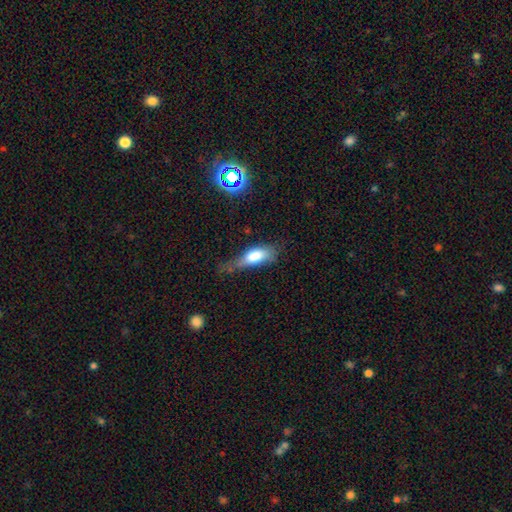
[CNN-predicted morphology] This is likely a smooth galaxy (74%). How rounded: likely in between (69%). Merging: marginally minor disturbance (39%).